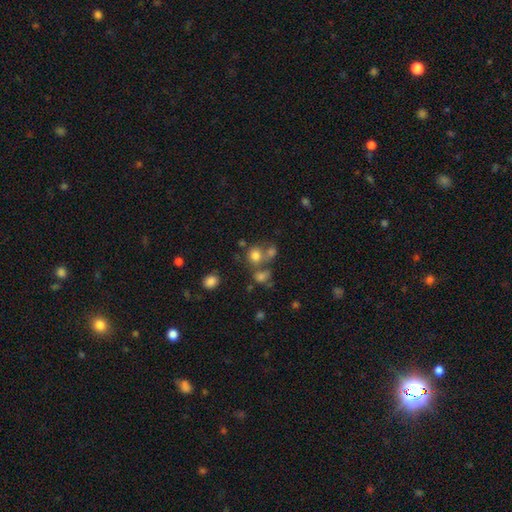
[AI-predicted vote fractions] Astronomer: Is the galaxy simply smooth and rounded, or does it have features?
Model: smooth — 73%.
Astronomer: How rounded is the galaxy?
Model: round — 80%.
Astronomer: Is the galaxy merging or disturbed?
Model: none — 51% (runner-up: merger, 33%).